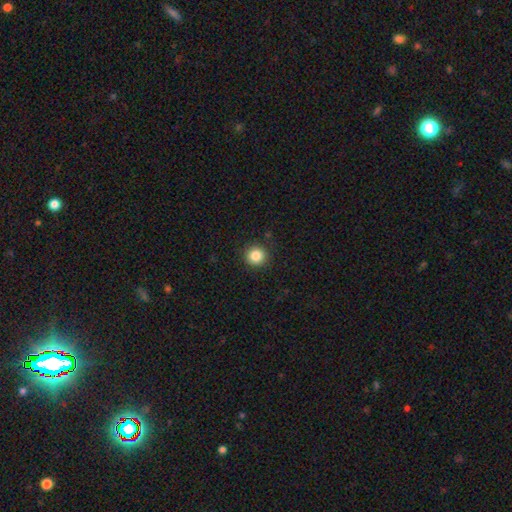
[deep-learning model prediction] smooth-or-featured: smooth: 85% | star or artifact: 11% | featured or disk: 4%
  how-rounded: round: 94% | in between: 5% | cigar-shaped: 1%
  merging: none: 91% | minor disturbance: 6% | major disturbance: 2% | merger: 1%